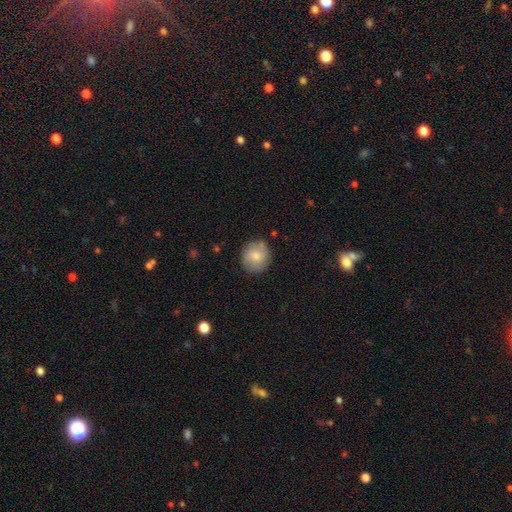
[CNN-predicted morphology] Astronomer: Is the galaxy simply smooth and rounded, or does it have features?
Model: smooth — 71%.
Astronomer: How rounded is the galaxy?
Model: round — 90%.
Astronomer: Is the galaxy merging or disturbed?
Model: none — 82%.